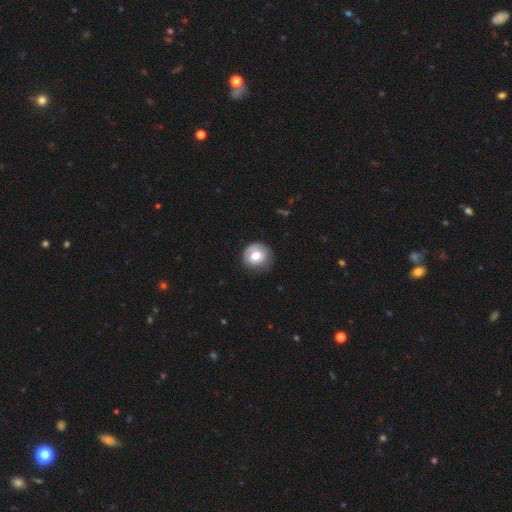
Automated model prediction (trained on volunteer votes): Smooth or featured?
  - smooth: 66% *
  - featured or disk: 26%
  - star or artifact: 7%
How rounded?
  - round: 86% *
  - in between: 13%
  - cigar-shaped: 1%
Merging?
  - none: 74% *
  - minor disturbance: 19%
  - major disturbance: 6%
  - merger: 1%